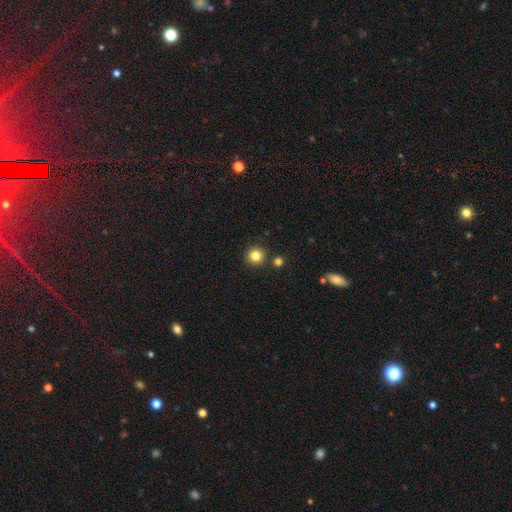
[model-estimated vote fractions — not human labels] A smooth galaxy with no disk features (83%) that is round (95%). Merging: none (87%).